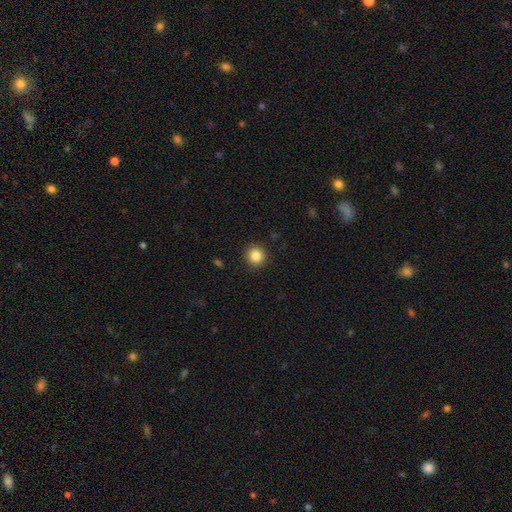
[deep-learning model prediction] Q: Smooth or featured?
A: smooth (85%); runner-up: star or artifact (10%)
Q: How rounded?
A: round (94%); runner-up: in between (5%)
Q: Merging?
A: none (91%); runner-up: minor disturbance (6%)